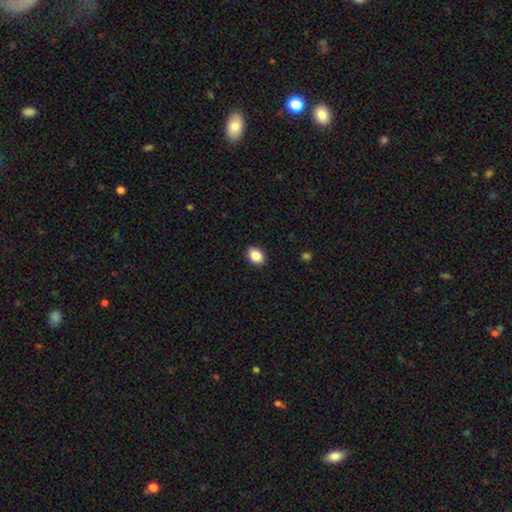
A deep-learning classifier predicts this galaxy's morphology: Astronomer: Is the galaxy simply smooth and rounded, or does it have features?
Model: smooth — 87%.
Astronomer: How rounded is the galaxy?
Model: in between — 70%.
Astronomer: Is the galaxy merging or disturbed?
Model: none — 90%.